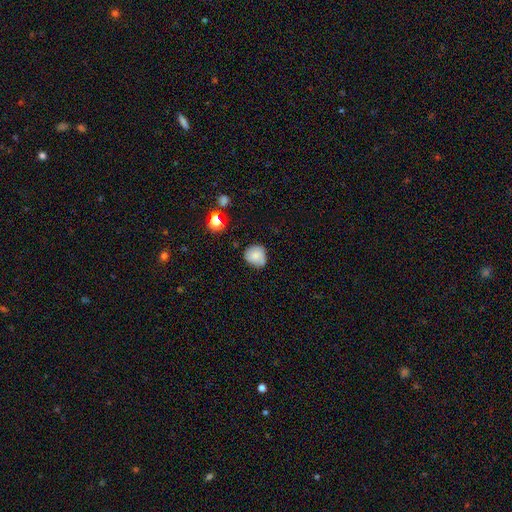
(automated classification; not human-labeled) A smooth galaxy with no disk features (74%) that is round (80%). Merging: none (63%).